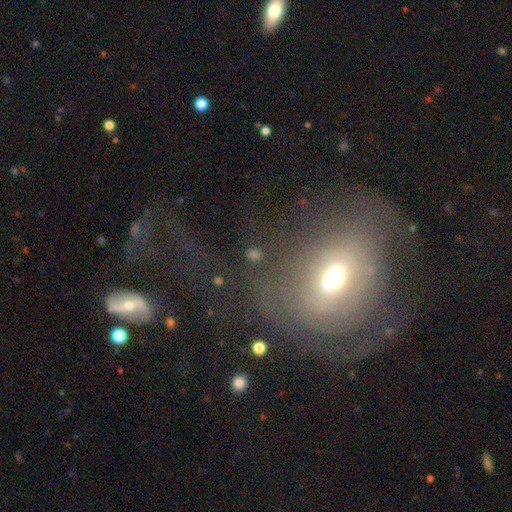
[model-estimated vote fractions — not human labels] smooth_or_featured: smooth (p=0.39) [alt: featured or disk p=0.37]
merging: none (p=0.50) [alt: major disturbance p=0.26]